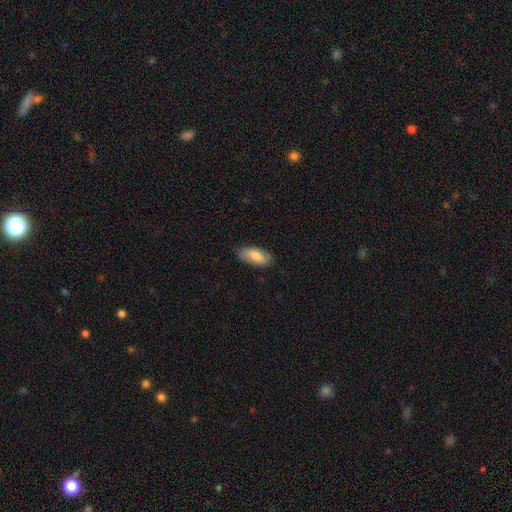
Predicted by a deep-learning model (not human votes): smooth-or-featured: smooth: 77% | featured or disk: 17% | star or artifact: 6%
  how-rounded: in between: 87% | cigar-shaped: 11% | round: 2%
  merging: none: 82% | minor disturbance: 14% | major disturbance: 3% | merger: 1%